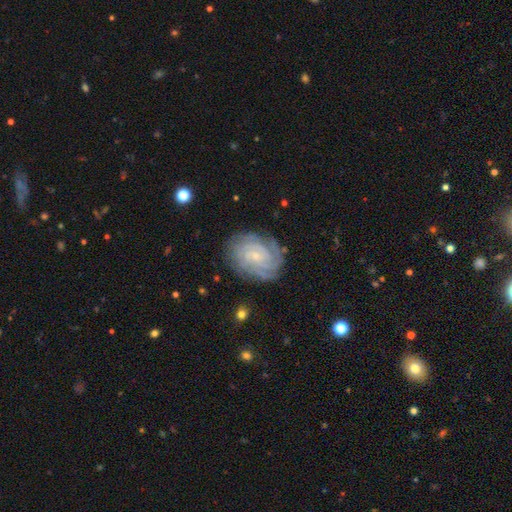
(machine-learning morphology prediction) A featured or disk galaxy (84%) with no bar (64%), tight (79%) spiral arms (97%) and a small central bulge (83%).

Vote fractions:
- Smooth or featured? featured or disk: 84% / smooth: 9% / star or artifact: 7%
- Edge-on disk? no: 97% / yes: 3%
- Bar? no: 64% / weak: 29% / strong: 7%
- Spiral arms? yes: 97% / no: 3%
- Spiral winding? tight: 79% / medium: 18% / loose: 3%
- Spiral arm count? can't tell: 27% / 4: 23% / 3: 19% / 2: 15% / more than 4: 9% / 1: 7%
- Bulge size? small: 83% / moderate: 11% / none: 4% / large: 1% / dominant: 1%
- Merging? none: 79% / minor disturbance: 15% / major disturbance: 5% / merger: 1%